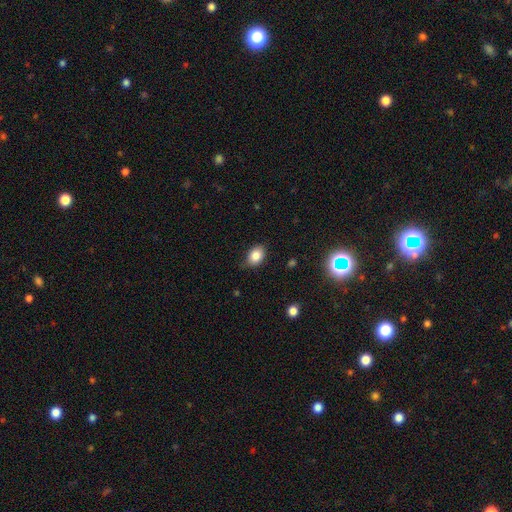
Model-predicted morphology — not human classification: The model was most divided on "how rounded": in between: 70%, round: 29%, cigar-shaped: 1%. More confident: smooth or featured — smooth (85%); merging — none (77%).